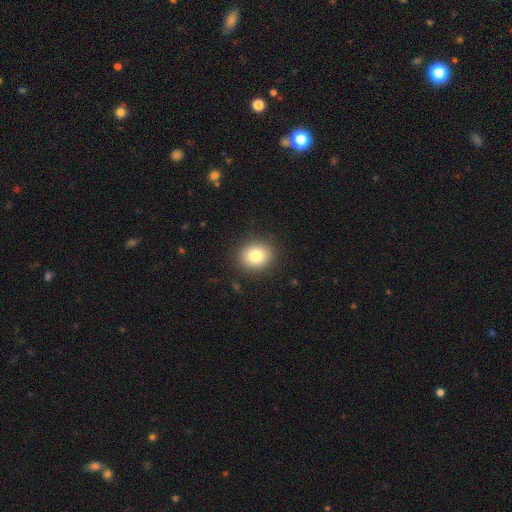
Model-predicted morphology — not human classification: The model was most divided on "how rounded": round: 72%, in between: 27%, cigar-shaped: 1%. More confident: merging — none (89%); smooth or featured — smooth (82%).